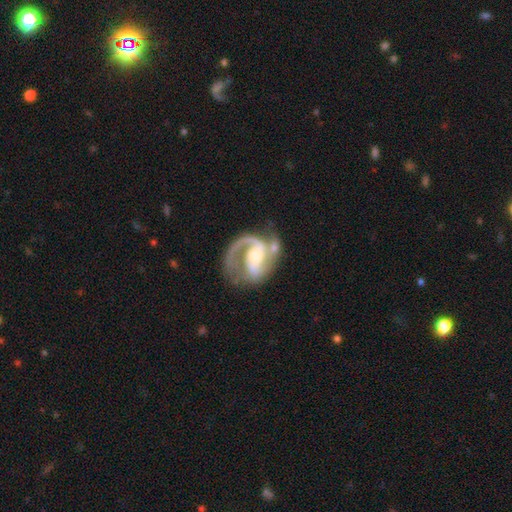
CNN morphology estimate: Smooth or featured: featured or disk — 90% (smooth — 6%)
Edge-on disk: no — 98% (yes — 2%)
Bar: weak — 40% (no — 39%)
Spiral arms: yes — 97% (no — 3%)
Spiral winding: medium — 55% (tight — 25%)
Spiral arm count: 2 — 65% (1 — 26%)
Bulge size: moderate — 52% (small — 40%)
Merging: none — 51% (major disturbance — 20%)